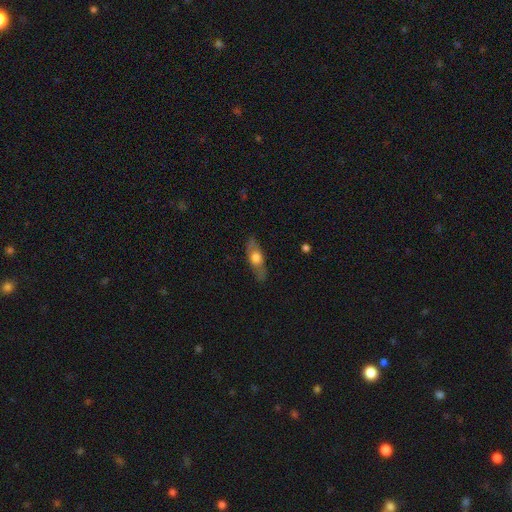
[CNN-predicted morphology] Q: Smooth or featured?
A: featured or disk (49%); runner-up: smooth (45%)
Q: Merging?
A: none (84%); runner-up: minor disturbance (12%)